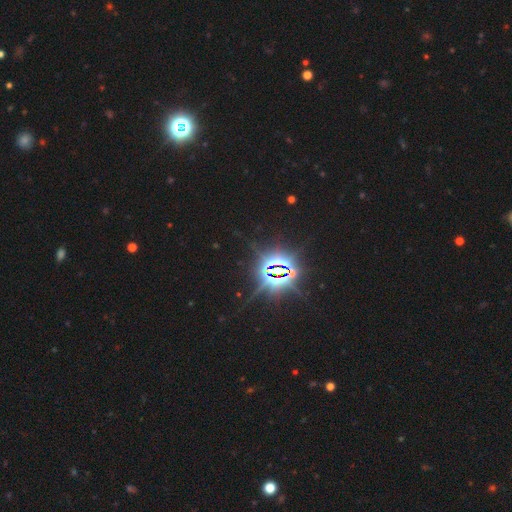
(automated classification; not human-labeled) Smooth or featured: star or artifact — 85% (smooth — 10%)